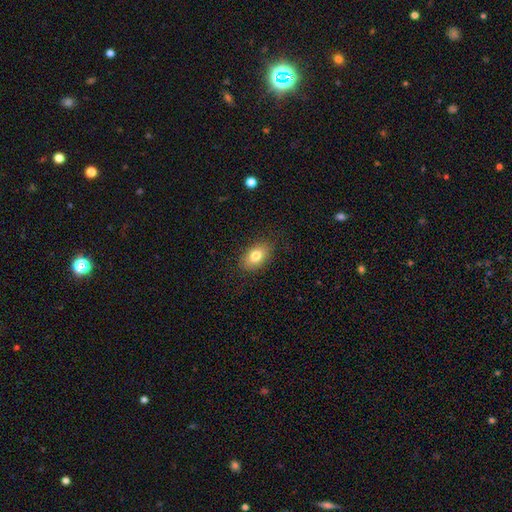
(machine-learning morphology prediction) Smooth or featured? Predicted: smooth (p=0.80). How rounded? Predicted: in between (p=0.86). Merging? Predicted: none (p=0.85).